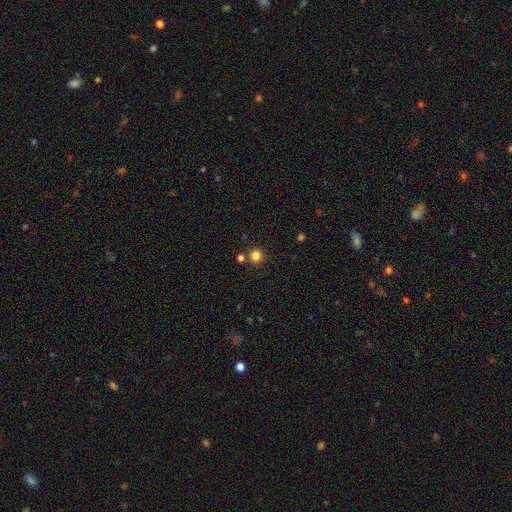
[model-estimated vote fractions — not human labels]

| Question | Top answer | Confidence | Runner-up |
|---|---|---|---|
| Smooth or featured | smooth | 82% | star or artifact (13%) |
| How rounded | round | 93% | in between (6%) |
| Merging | none | 82% | merger (9%) |